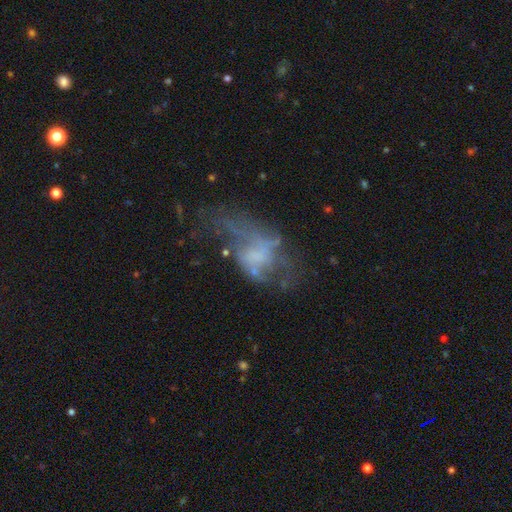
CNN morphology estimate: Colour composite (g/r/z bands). It shows a featured or disk galaxy (59%) with no bar (78%), no spiral arms (74%) and no central bulge (60%). Merging: major disturbance (47%).